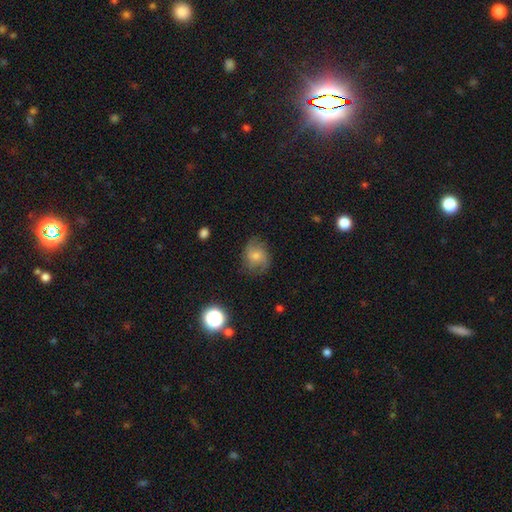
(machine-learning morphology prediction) Smooth or featured: featured or disk — 49% (smooth — 39%)
Merging: none — 72% (minor disturbance — 19%)